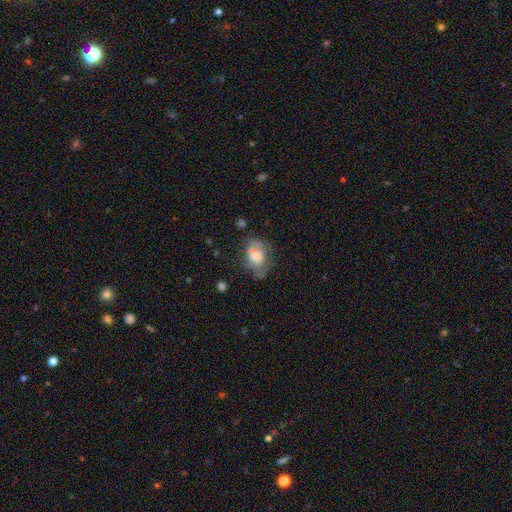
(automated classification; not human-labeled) A smooth galaxy with no disk features (66%) that is in between round and cigar-shaped (73%). Merging: none (48%).